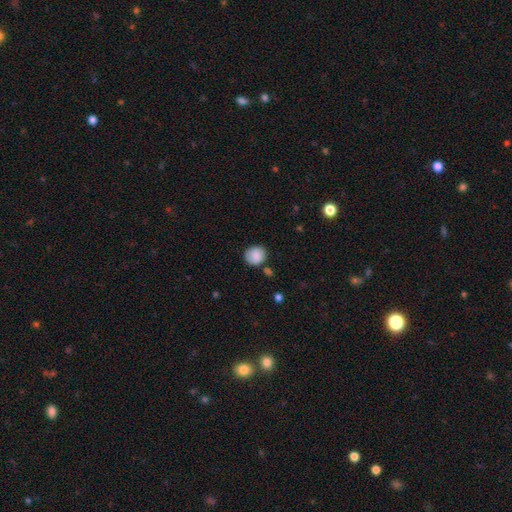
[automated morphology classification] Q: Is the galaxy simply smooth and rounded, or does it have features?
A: smooth — 87%.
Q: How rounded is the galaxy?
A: round — 82%.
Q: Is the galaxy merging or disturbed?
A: none — 77%.